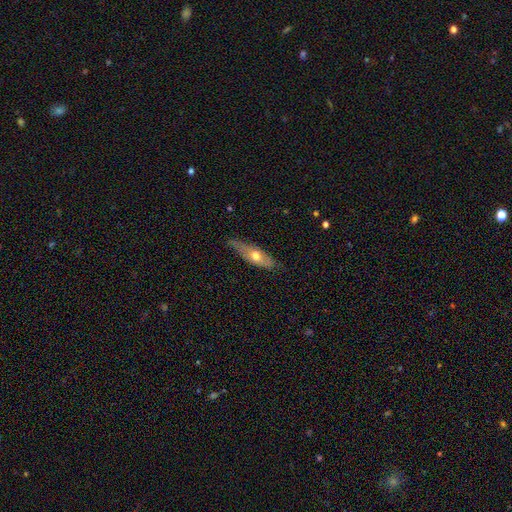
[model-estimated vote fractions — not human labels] smooth 49%, featured or disk 45%, star or artifact 6%. Down the decision tree: merging — none (64%).